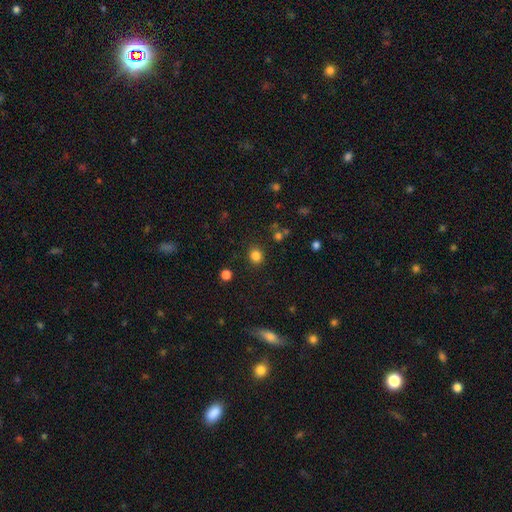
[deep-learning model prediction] Smooth or featured?
  - smooth: 82% *
  - star or artifact: 13%
  - featured or disk: 4%
How rounded?
  - round: 77% *
  - in between: 22%
  - cigar-shaped: 1%
Merging?
  - none: 87% *
  - minor disturbance: 8%
  - major disturbance: 3%
  - merger: 3%